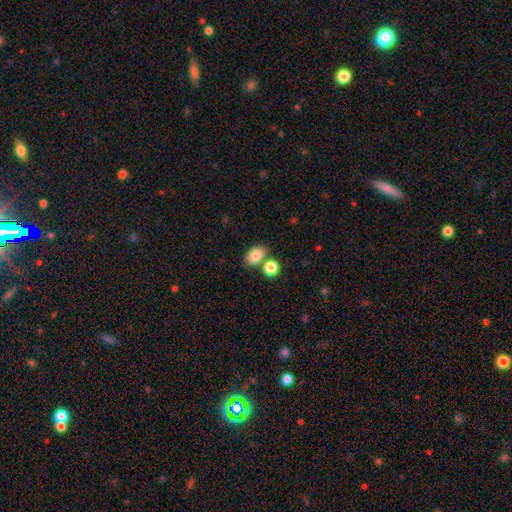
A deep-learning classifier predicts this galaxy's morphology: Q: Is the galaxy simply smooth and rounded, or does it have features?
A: smooth — 83%.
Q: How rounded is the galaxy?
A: in between — 83%.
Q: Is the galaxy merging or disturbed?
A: none — 67%.